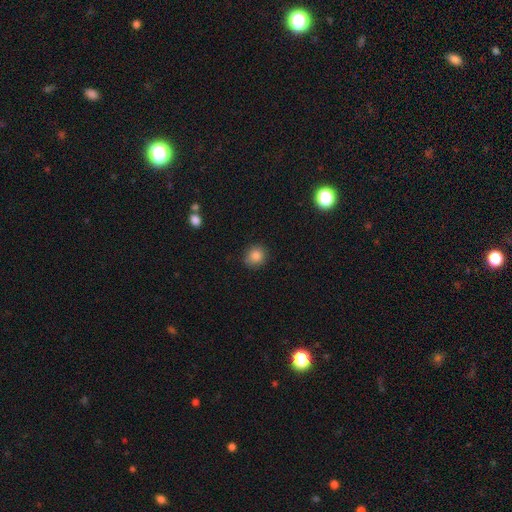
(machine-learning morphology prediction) Q: Smooth or featured?
A: smooth (84%); runner-up: star or artifact (10%)
Q: How rounded?
A: round (82%); runner-up: in between (17%)
Q: Merging?
A: none (82%); runner-up: minor disturbance (14%)